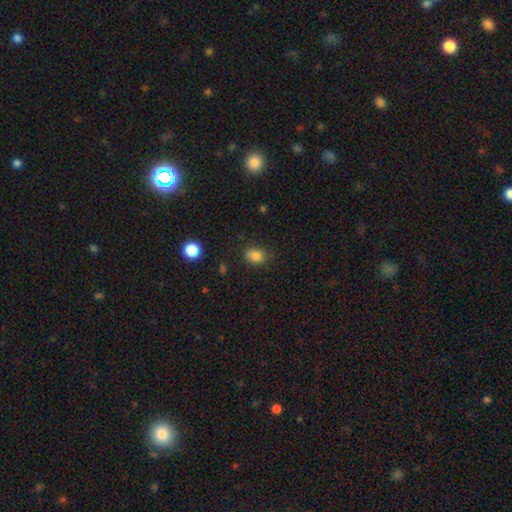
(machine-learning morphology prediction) smooth_or_featured: smooth (p=0.82) [alt: star or artifact p=0.12]
how_rounded: in between (p=0.57) [alt: round p=0.42]
merging: none (p=0.78) [alt: minor disturbance p=0.16]